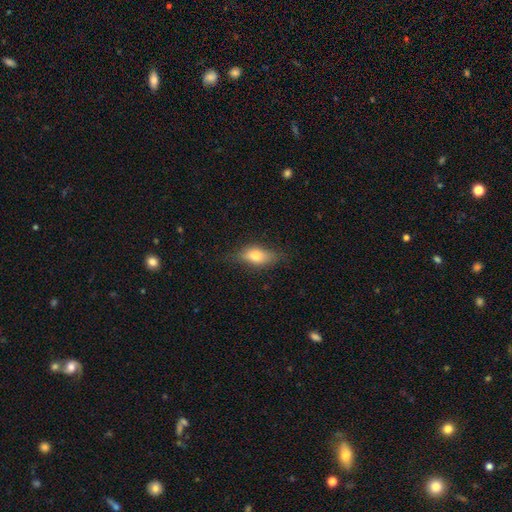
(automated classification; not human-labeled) A smooth galaxy with no disk features (71%) that is in between round and cigar-shaped (80%).

Vote fractions:
- Smooth or featured? smooth: 71% / featured or disk: 21% / star or artifact: 8%
- How rounded? in between: 80% / cigar-shaped: 14% / round: 6%
- Merging? none: 71% / minor disturbance: 22% / major disturbance: 6% / merger: 1%